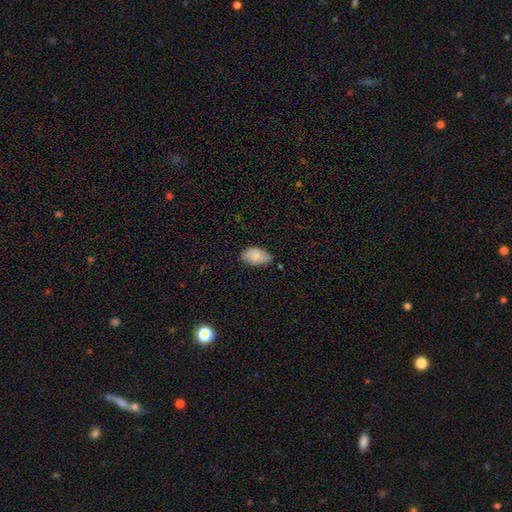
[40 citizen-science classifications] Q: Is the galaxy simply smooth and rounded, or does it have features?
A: smooth — 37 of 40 (92%).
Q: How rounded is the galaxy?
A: in between — 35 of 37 (95%).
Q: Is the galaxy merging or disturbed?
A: none — 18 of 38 (47%).